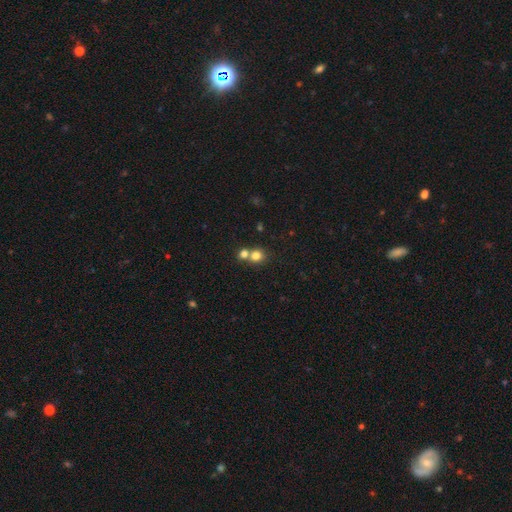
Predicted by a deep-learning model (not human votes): smooth_or_featured: smooth (p=0.80) [alt: star or artifact p=0.12]
how_rounded: round (p=0.83) [alt: in between p=0.16]
merging: none (p=0.47) [alt: merger p=0.44]